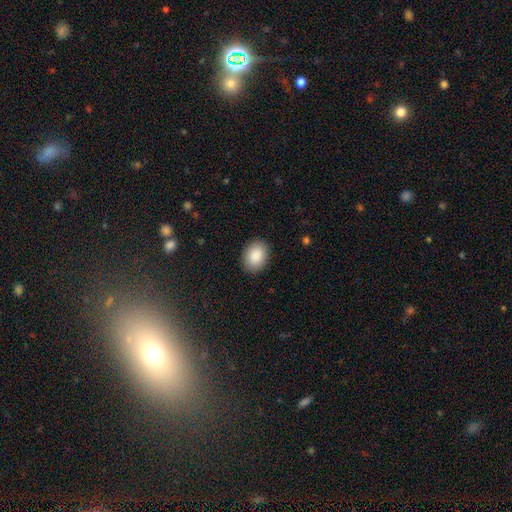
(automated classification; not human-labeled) Smooth or featured? Predicted: smooth (p=0.90). How rounded? Predicted: in between (p=0.72). Merging? Predicted: none (p=0.89).